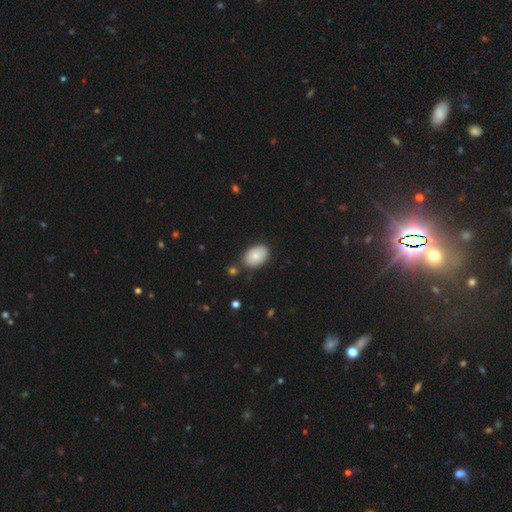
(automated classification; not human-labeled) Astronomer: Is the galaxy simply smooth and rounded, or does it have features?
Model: smooth — 84%.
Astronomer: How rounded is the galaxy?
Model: in between — 90%.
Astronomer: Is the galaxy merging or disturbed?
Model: none — 80%.